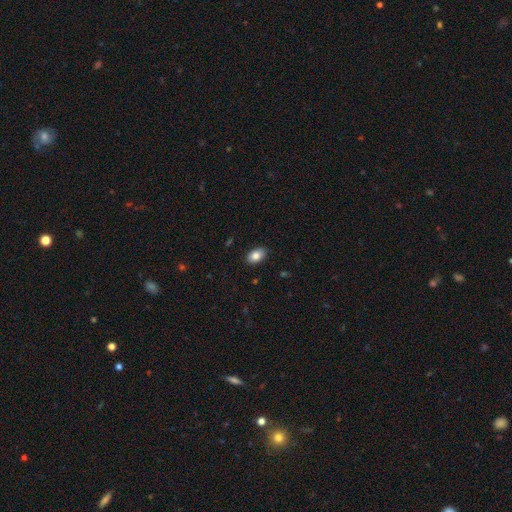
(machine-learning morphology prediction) Smooth or featured? smooth (84%)
How rounded? in between (89%)
Merging? none (88%)